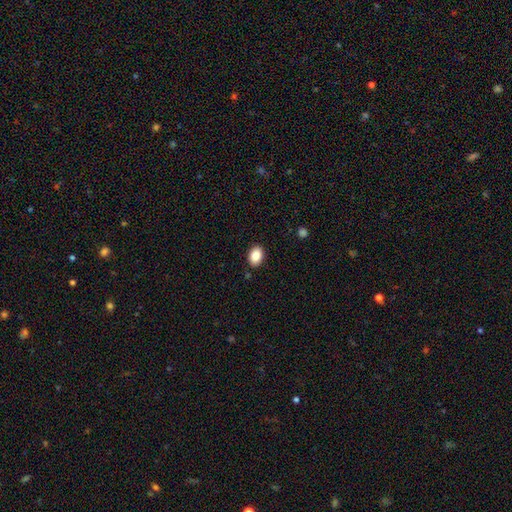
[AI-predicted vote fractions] A smooth galaxy with no disk features (87%) that is in between round and cigar-shaped (84%). Merging: none (89%).